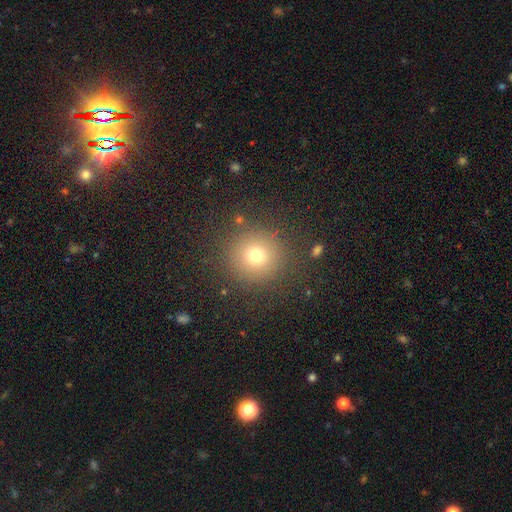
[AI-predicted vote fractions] This is likely a smooth galaxy (72%). How rounded: clearly round (93%). Merging: clearly none (87%).